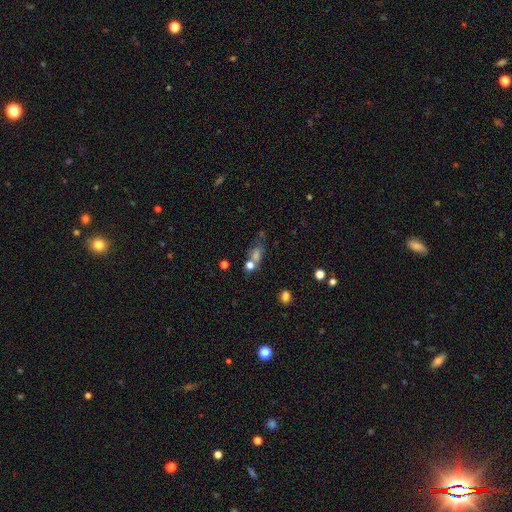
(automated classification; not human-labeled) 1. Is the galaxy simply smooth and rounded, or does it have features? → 51% smooth, 29% star or artifact, 20% featured or disk.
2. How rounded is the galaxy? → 58% in between, 28% round, 14% cigar-shaped.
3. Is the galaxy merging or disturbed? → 50% none, 25% merger, 15% minor disturbance, 10% major disturbance.